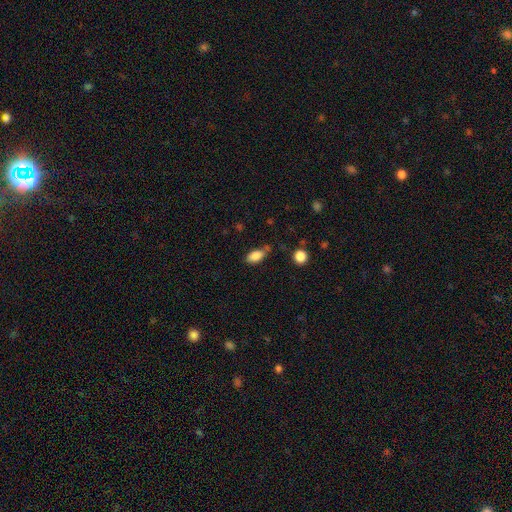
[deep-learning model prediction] Q: Smooth or featured?
A: smooth (84%); runner-up: star or artifact (8%)
Q: How rounded?
A: in between (89%); runner-up: cigar-shaped (5%)
Q: Merging?
A: none (62%); runner-up: minor disturbance (26%)